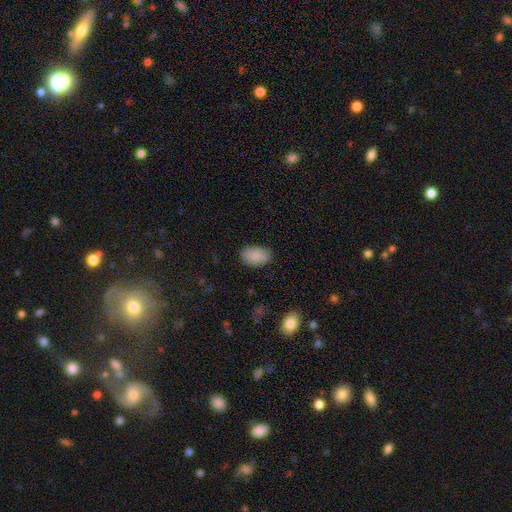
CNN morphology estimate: This appears to be a smooth galaxy with no disk features (89%) that is in between round and cigar-shaped (91%). Merging: none (82%).